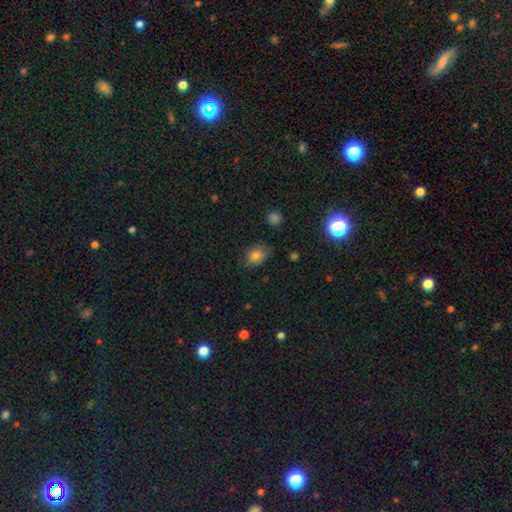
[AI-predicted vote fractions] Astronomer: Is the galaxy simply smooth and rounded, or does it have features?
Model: smooth — 78%.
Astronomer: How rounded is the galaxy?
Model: in between — 66%.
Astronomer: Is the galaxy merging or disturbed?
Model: none — 69%.